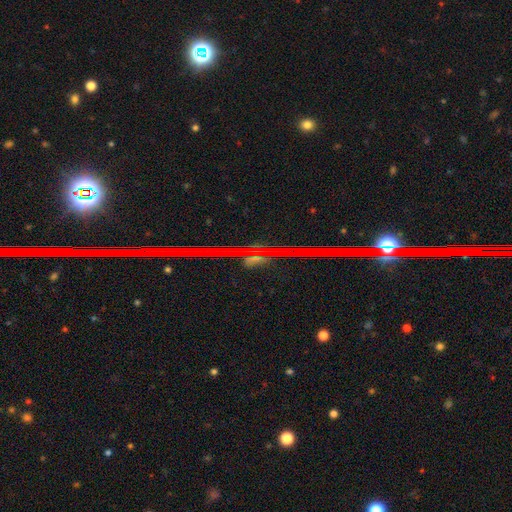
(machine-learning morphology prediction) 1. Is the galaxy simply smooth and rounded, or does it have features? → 73% star or artifact, 15% featured or disk, 12% smooth.